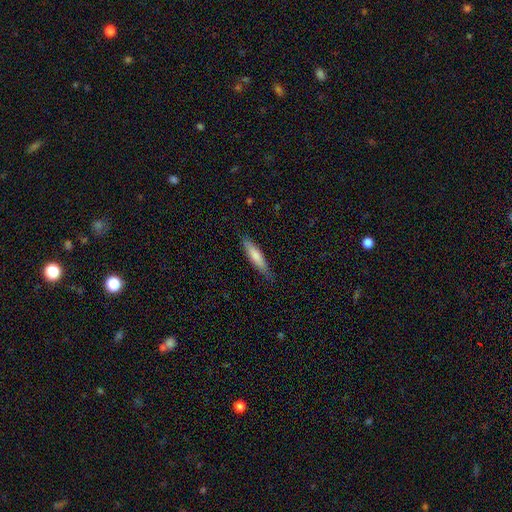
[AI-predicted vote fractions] Smooth or featured: smooth — 77% (featured or disk — 18%)
How rounded: cigar-shaped — 77% (in between — 22%)
Merging: none — 81% (minor disturbance — 15%)